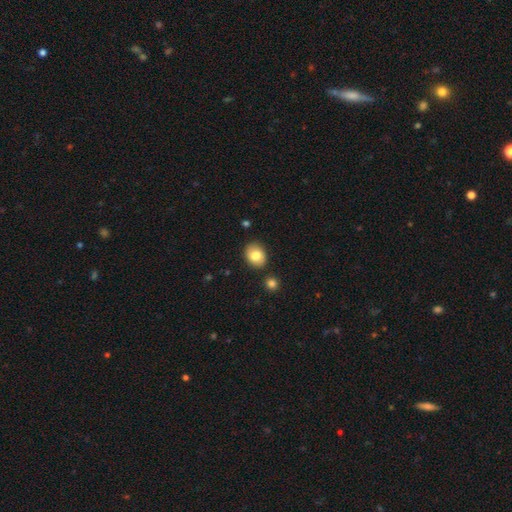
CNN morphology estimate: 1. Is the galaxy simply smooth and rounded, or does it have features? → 82% smooth, 10% featured or disk, 8% star or artifact.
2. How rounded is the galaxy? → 56% in between, 43% round, 1% cigar-shaped.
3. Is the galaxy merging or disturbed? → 84% none, 10% minor disturbance, 4% merger, 2% major disturbance.